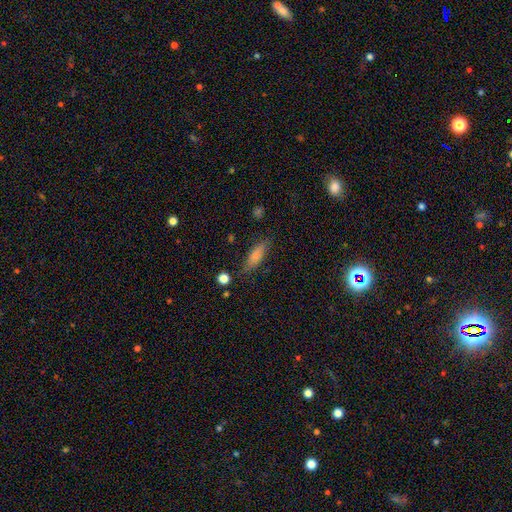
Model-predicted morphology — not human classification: Smooth or featured? smooth (74%)
How rounded? in between (51%)
Merging? none (74%)